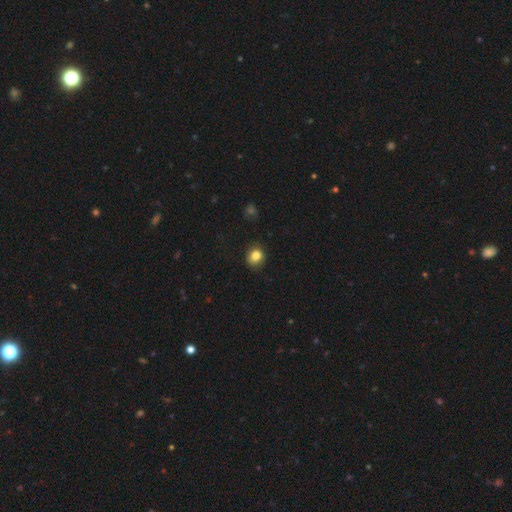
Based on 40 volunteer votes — This appears to be a smooth galaxy with no disk features (82%) that is round (55%). Merging: none (83%).